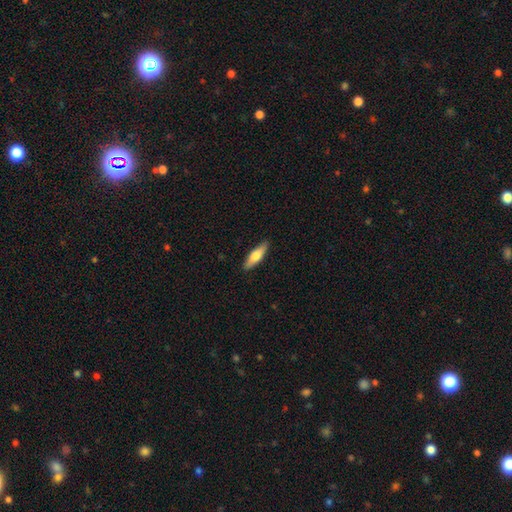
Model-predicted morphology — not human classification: smooth-or-featured: smooth: 62% | featured or disk: 32% | star or artifact: 5%
  how-rounded: cigar-shaped: 60% | in between: 38% | round: 2%
  merging: none: 89% | minor disturbance: 8% | major disturbance: 2% | merger: 1%